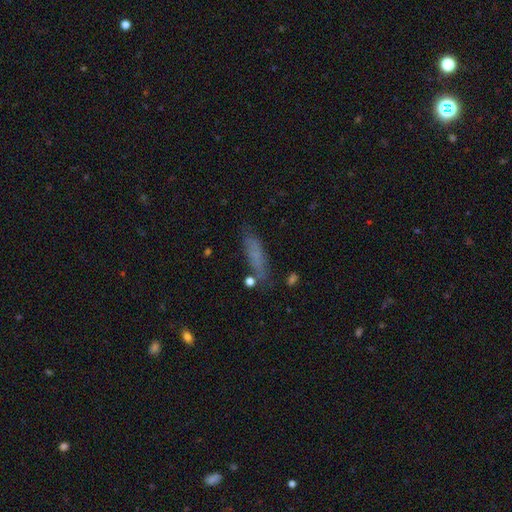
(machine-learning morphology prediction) Overall: smooth (68%). How rounded: cigar-shaped (64%; in between 33%). Merging: none (71%).